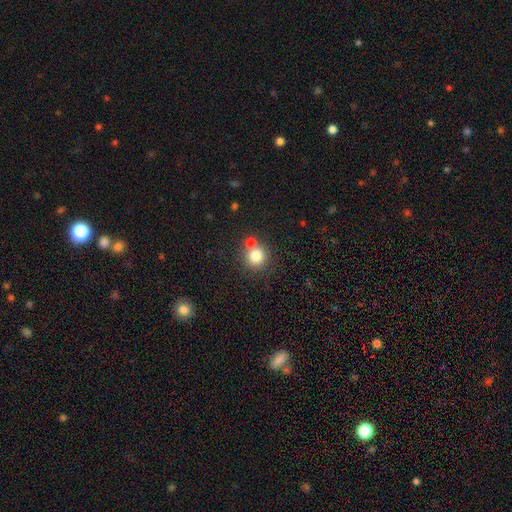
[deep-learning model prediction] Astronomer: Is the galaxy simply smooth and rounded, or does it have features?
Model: smooth — 79%.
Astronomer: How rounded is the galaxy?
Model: round — 90%.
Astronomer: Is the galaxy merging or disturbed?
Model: none — 60%.